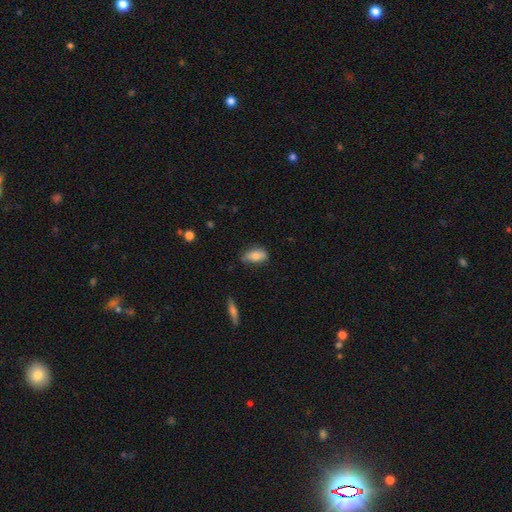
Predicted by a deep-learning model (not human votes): smooth 75%, featured or disk 18%, star or artifact 7%. Down the decision tree: how rounded — in between (88%); merging — none (66%).